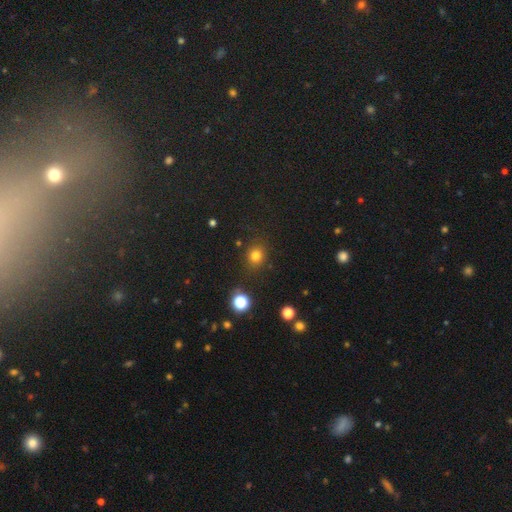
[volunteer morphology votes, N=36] Overall: smooth (86%). How rounded: round (84%). Merging: none (83%).